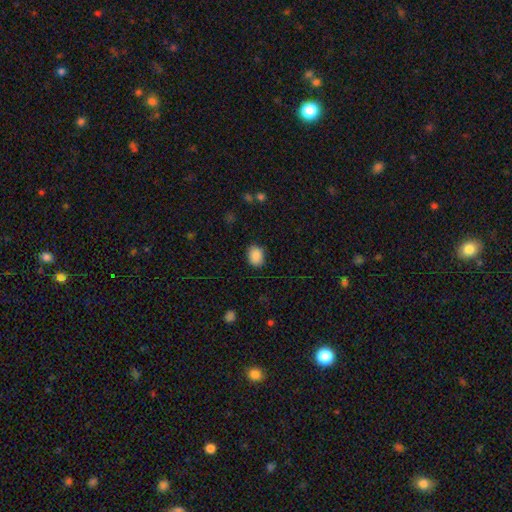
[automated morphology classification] Smooth or featured? Predicted: smooth (p=0.89). How rounded? Predicted: in between (p=0.64). Merging? Predicted: none (p=0.85).